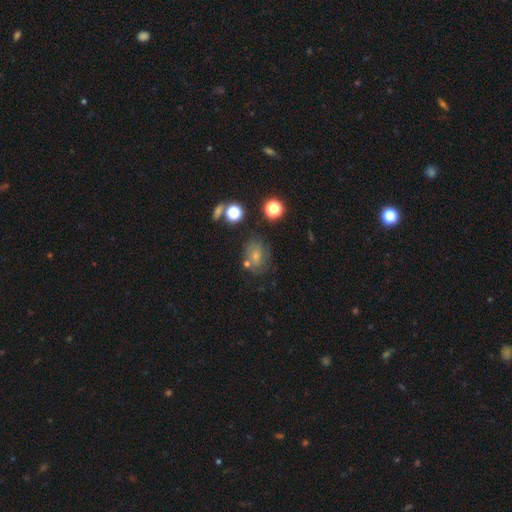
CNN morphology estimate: A smooth galaxy with no disk features (56%) that is in between round and cigar-shaped (63%). Merging: none (59%).